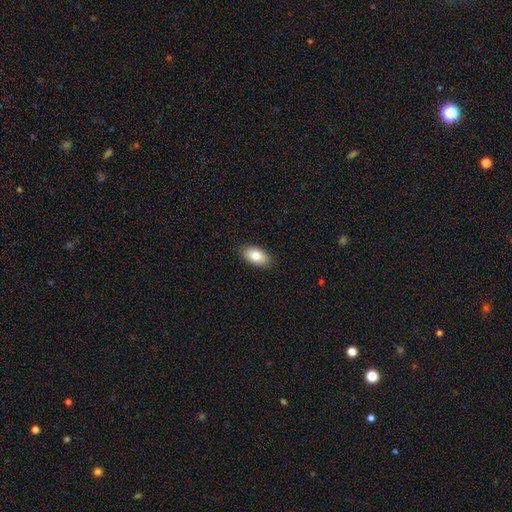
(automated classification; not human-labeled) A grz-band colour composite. It shows a smooth galaxy with no disk features (82%) that is in between round and cigar-shaped (94%). Merging: none (89%).